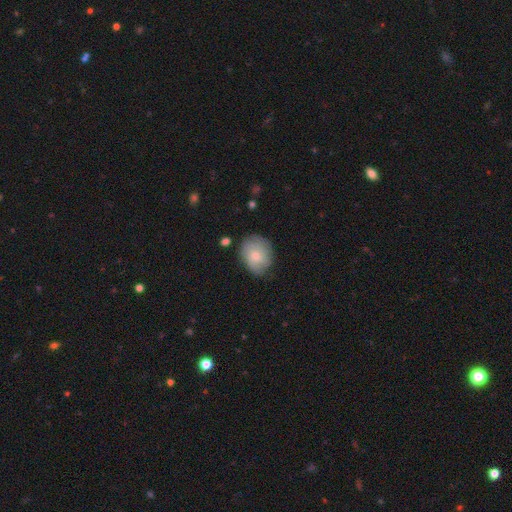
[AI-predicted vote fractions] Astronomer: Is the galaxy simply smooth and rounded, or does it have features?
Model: smooth — 64%.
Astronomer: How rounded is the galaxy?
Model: round — 50% (runner-up: in between, 49%).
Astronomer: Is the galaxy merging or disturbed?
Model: none — 71%.